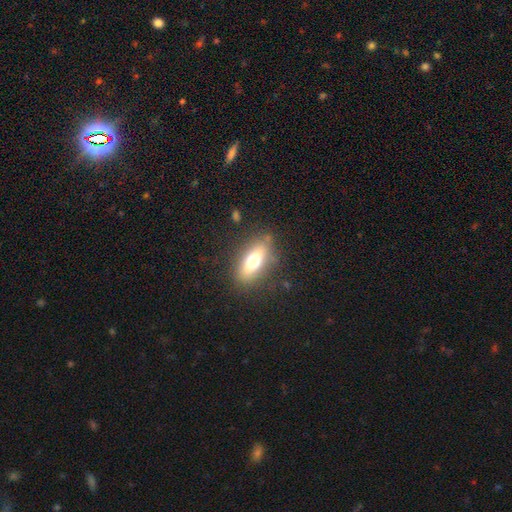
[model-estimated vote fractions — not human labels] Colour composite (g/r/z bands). It shows a smooth galaxy with no disk features (59%) that is in between round and cigar-shaped (67%). Merging: none (83%).